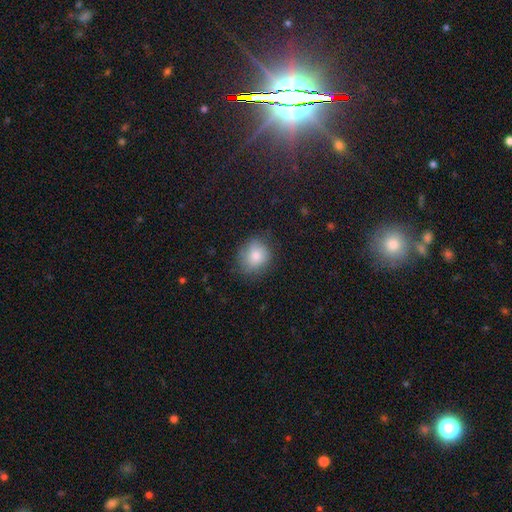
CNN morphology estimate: A smooth galaxy with no disk features (81%) that is round (76%). Merging: none (73%).